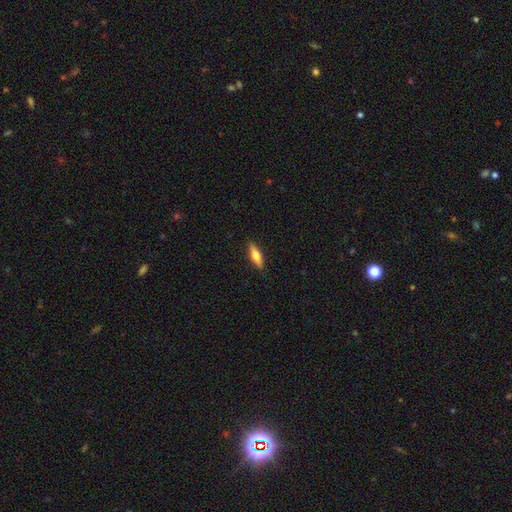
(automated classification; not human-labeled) This appears to be a featured or disk galaxy (53%) viewed edge-on (95%). Merging: none (89%).